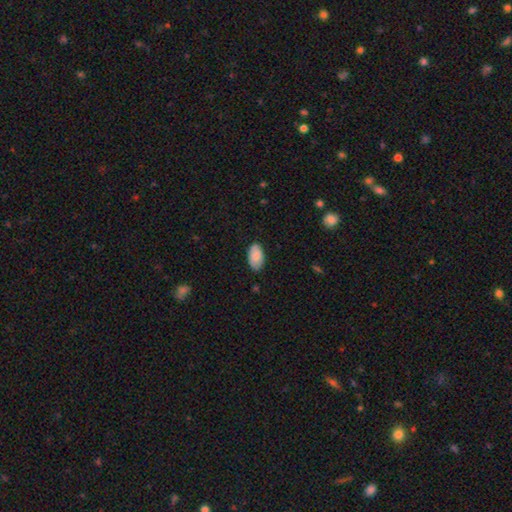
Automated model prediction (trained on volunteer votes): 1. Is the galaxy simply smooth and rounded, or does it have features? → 85% smooth, 8% featured or disk, 6% star or artifact.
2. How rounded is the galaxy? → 95% in between, 3% round, 2% cigar-shaped.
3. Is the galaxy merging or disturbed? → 81% none, 15% minor disturbance, 2% major disturbance, 1% merger.